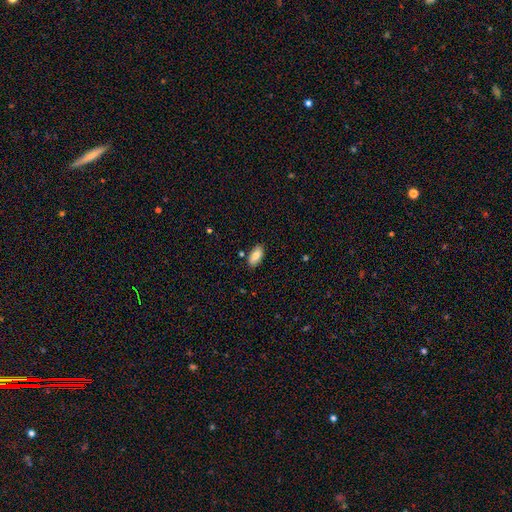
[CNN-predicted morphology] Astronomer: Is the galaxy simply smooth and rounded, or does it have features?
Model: smooth — 81%.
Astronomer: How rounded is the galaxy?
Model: in between — 92%.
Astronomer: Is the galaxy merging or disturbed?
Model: none — 84%.